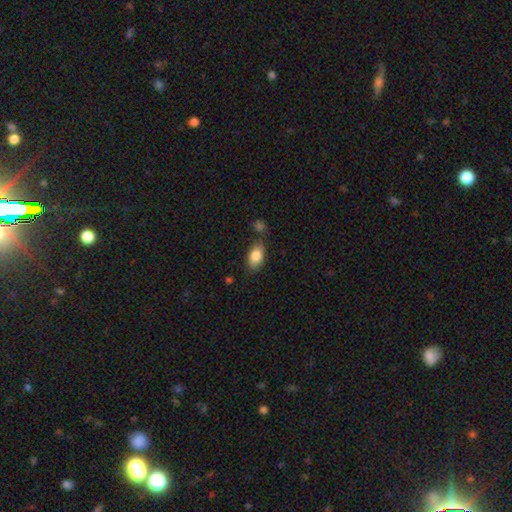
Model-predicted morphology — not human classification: smooth-or-featured: smooth: 84% | featured or disk: 9% | star or artifact: 7%
  how-rounded: in between: 91% | round: 6% | cigar-shaped: 3%
  merging: none: 77% | minor disturbance: 14% | merger: 6% | major disturbance: 4%